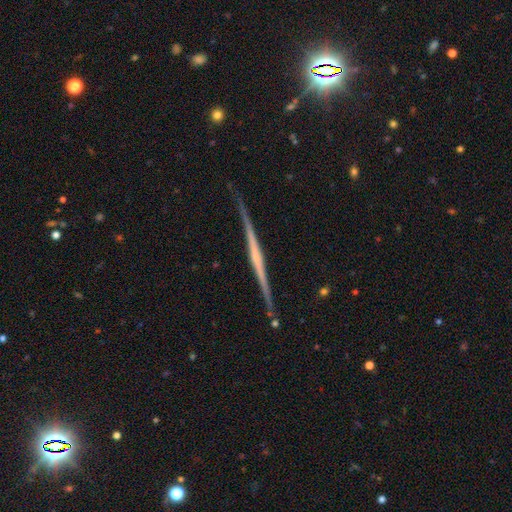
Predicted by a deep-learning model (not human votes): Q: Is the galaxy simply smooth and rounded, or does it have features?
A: featured or disk — 80%.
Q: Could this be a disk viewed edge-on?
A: yes — 98%.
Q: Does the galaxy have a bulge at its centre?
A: none — 58%.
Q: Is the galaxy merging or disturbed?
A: none — 87%.